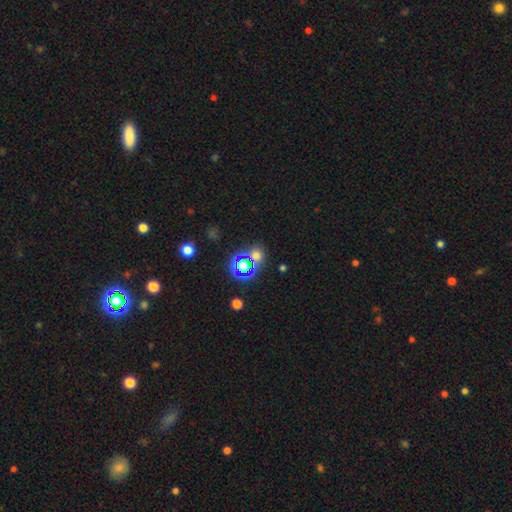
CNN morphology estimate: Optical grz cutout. It shows a smooth galaxy with no disk features (50%). Merging: none (71%).